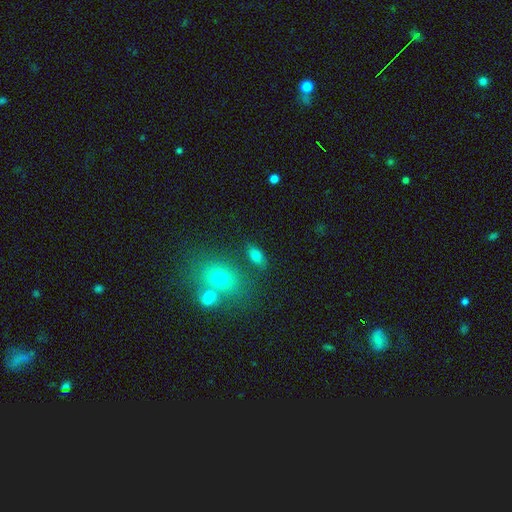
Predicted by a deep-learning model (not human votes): This appears to be a smooth galaxy with no disk features (75%) that is in between round and cigar-shaped (84%). Merging: none (72%).